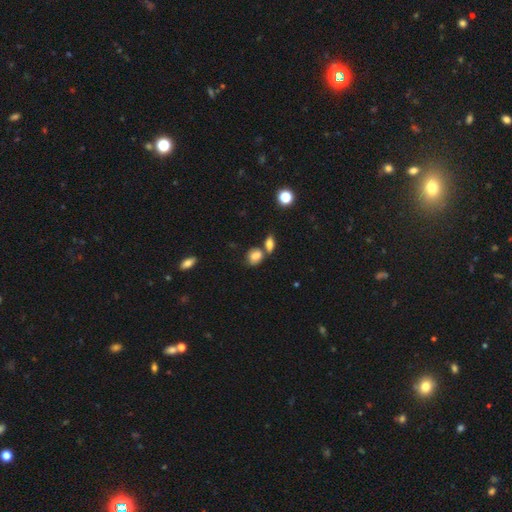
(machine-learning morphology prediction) smooth-or-featured: smooth: 79% | featured or disk: 11% | star or artifact: 10%
  how-rounded: in between: 55% | round: 43% | cigar-shaped: 3%
  merging: none: 55% | merger: 26% | minor disturbance: 15% | major disturbance: 5%